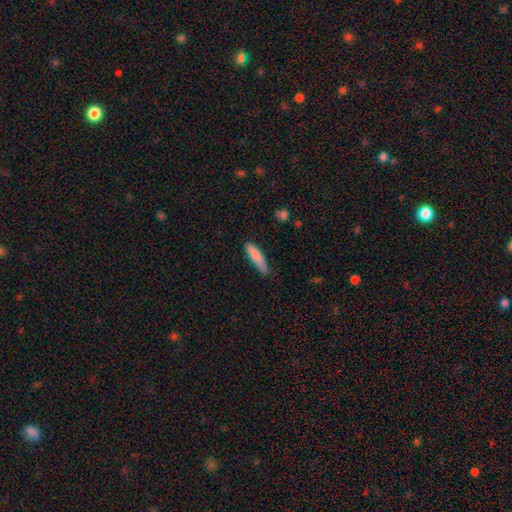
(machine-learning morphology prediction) Smooth or featured?
  - smooth: 84% *
  - featured or disk: 10%
  - star or artifact: 6%
How rounded?
  - cigar-shaped: 78% *
  - in between: 21%
  - round: 1%
Merging?
  - none: 74% *
  - minor disturbance: 21%
  - major disturbance: 3%
  - merger: 2%